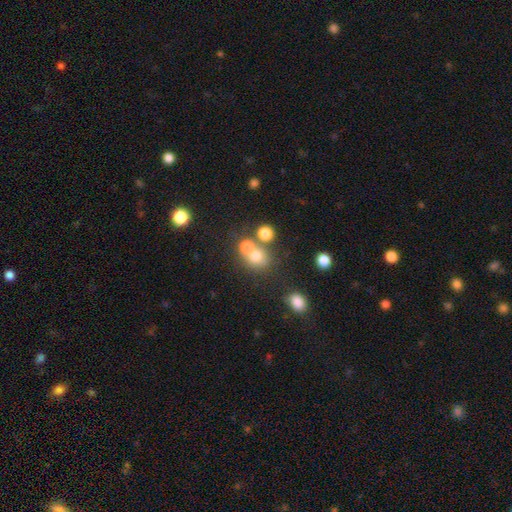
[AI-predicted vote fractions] A smooth galaxy with no disk features (71%) that is round (80%). Merging: none (47%).